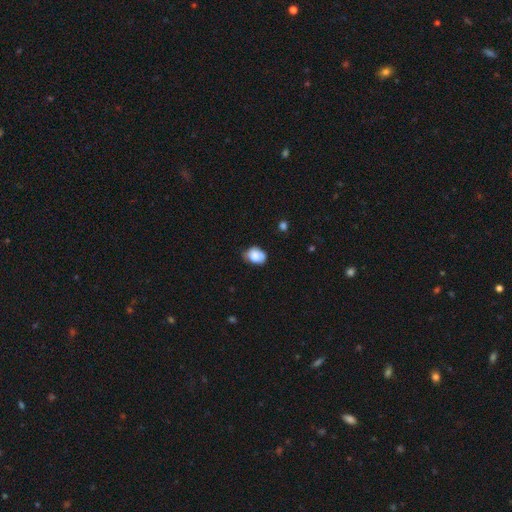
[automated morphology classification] Smooth or featured? smooth (82%)
How rounded? in between (69%)
Merging? none (53%)